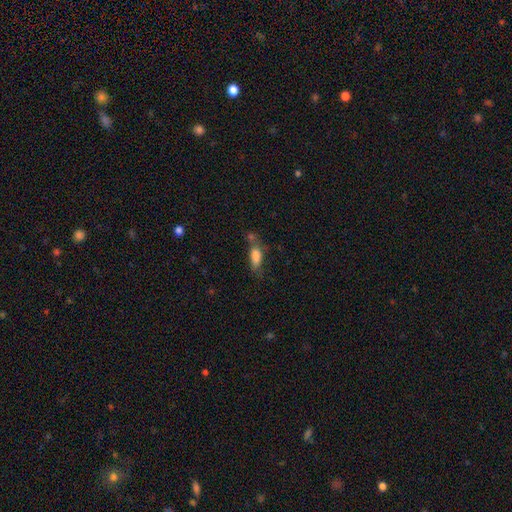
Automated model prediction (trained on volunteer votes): This is likely a smooth galaxy (78%). How rounded: likely in between (70%). Merging: marginally none (41%).